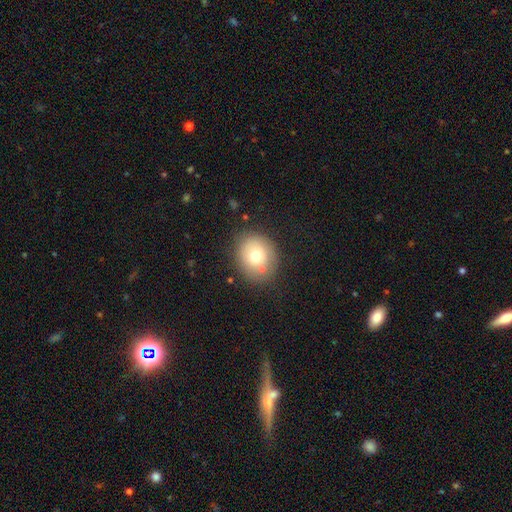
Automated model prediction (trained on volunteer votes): Morphology: type=smooth (71%); roundness=round (61%); merging=none (73%).